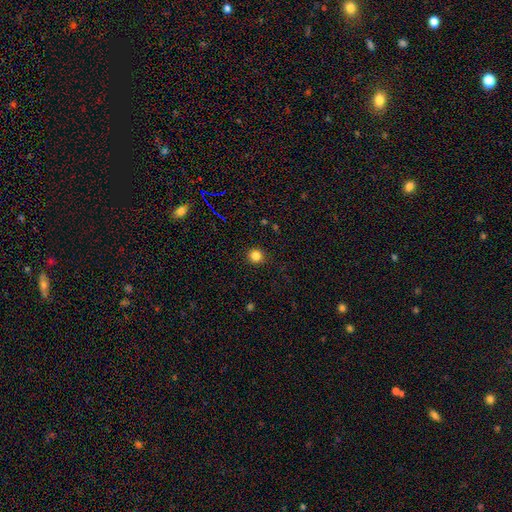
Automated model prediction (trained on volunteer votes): The model was most divided on "smooth or featured": smooth: 83%, star or artifact: 13%, featured or disk: 4%. More confident: how rounded — round (92%); merging — none (91%).